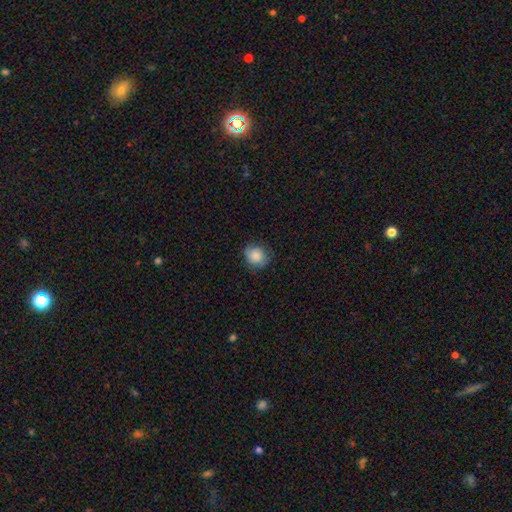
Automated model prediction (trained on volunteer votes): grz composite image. It shows a smooth galaxy with no disk features (86%) that is round (77%). Merging: none (77%).